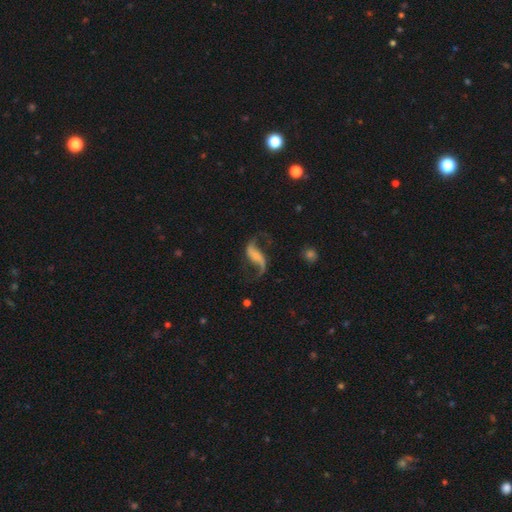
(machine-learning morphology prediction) The model was most divided on "bar": no: 37%, weak: 33%, strong: 30%. More confident: edge-on disk — no (96%); spiral arms — yes (95%); spiral arm count — 2 (91%); spiral winding — loose (89%); smooth or featured — featured or disk (84%); merging — none (67%); bulge size — none (53%).